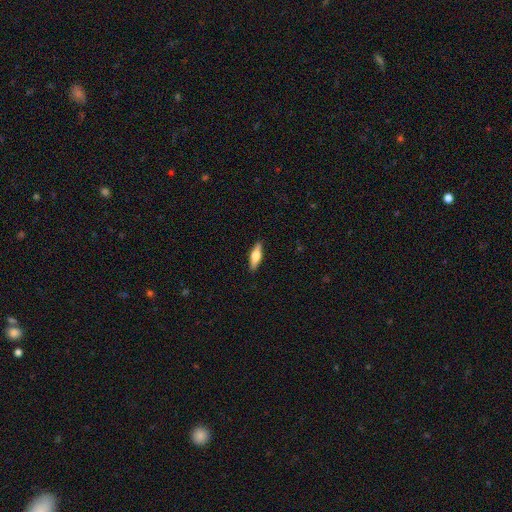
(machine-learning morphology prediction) A smooth galaxy with no disk features (50%) that is cigar-shaped (51%). Merging: none (89%).